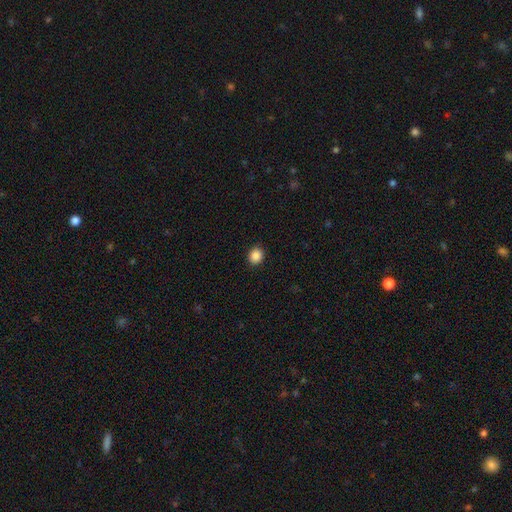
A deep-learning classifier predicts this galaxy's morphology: The model was most divided on "how rounded": round: 73%, in between: 26%, cigar-shaped: 1%. More confident: merging — none (91%); smooth or featured — smooth (87%).